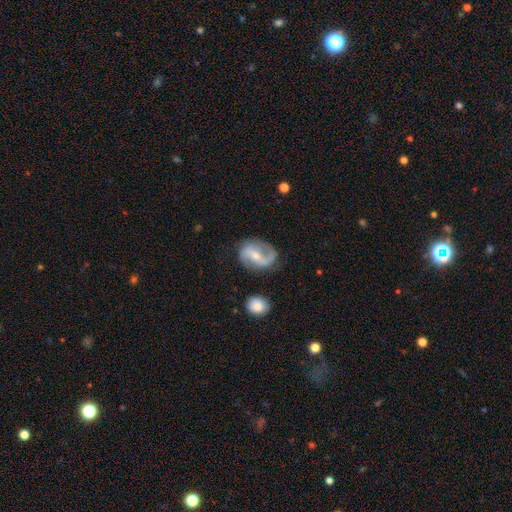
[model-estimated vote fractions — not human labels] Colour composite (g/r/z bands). It shows a featured or disk galaxy (80%) with a weak bar (40%), 2 (81%) loose (43%) spiral arms (92%) and a moderate central bulge (48%, tied with small). Merging: none (72%).